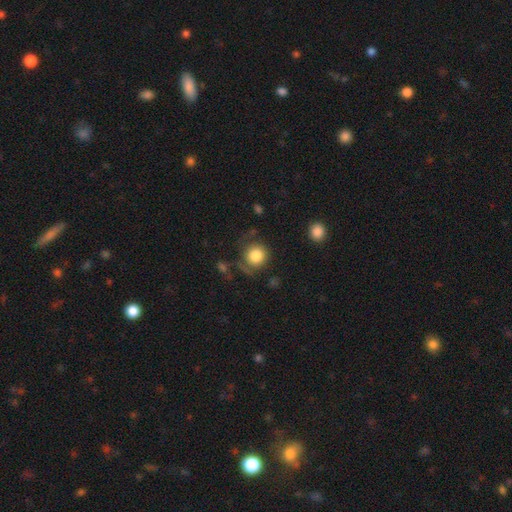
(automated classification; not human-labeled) Q: Smooth or featured?
A: smooth (82%); runner-up: featured or disk (10%)
Q: How rounded?
A: round (90%); runner-up: in between (9%)
Q: Merging?
A: none (65%); runner-up: minor disturbance (18%)